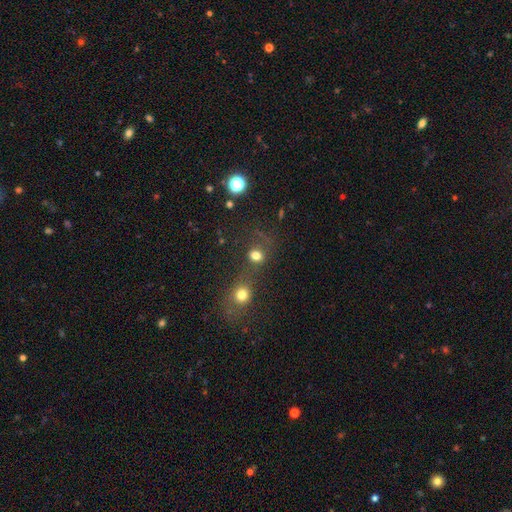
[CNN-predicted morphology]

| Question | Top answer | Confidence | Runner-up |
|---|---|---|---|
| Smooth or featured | smooth | 74% | star or artifact (18%) |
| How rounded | round | 77% | in between (22%) |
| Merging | none | 51% | merger (31%) |